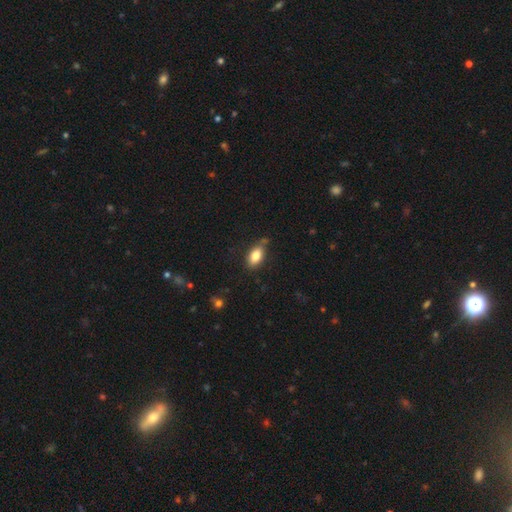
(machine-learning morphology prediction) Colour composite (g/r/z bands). It shows a smooth galaxy with no disk features (82%) that is in between round and cigar-shaped (90%). Merging: none (76%).